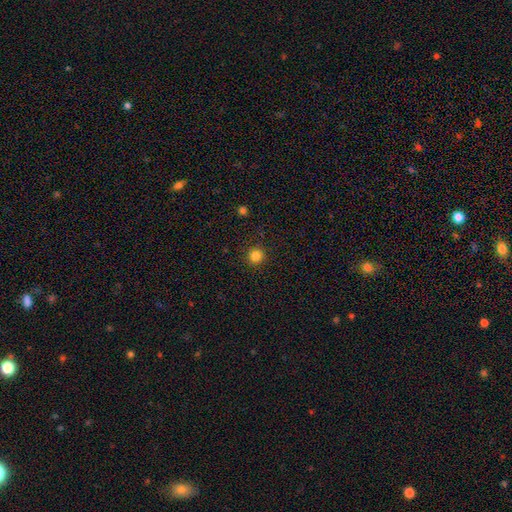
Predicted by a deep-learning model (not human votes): Overall: smooth (83%). How rounded: round (95%). Merging: none (91%).